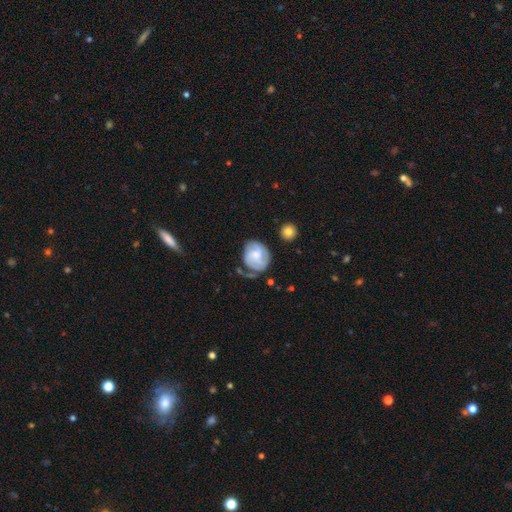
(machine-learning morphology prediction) Overall: featured or disk (64%; smooth 29%). Edge-on disk: no (98%). Bar: no (55%; weak 38%). Spiral arms: yes (89%). Spiral arm count: 2 (33%; 3 27%). Spiral winding: tight (50%; medium 37%). Bulge size: moderate (37%; small 34%). Merging: none (54%; minor disturbance 28%).